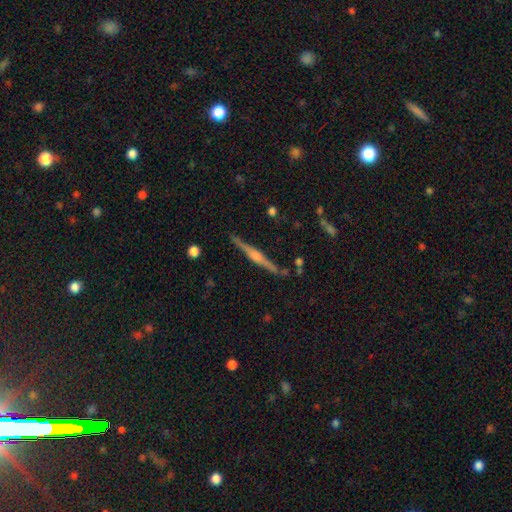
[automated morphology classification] Smooth or featured?
  - featured or disk: 80% *
  - smooth: 14%
  - star or artifact: 6%
Edge-on disk?
  - yes: 98% *
  - no: 2%
Edge-on bulge?
  - rounded: 78% *
  - boxy: 15%
  - none: 7%
Merging?
  - none: 89% *
  - minor disturbance: 8%
  - merger: 2%
  - major disturbance: 2%